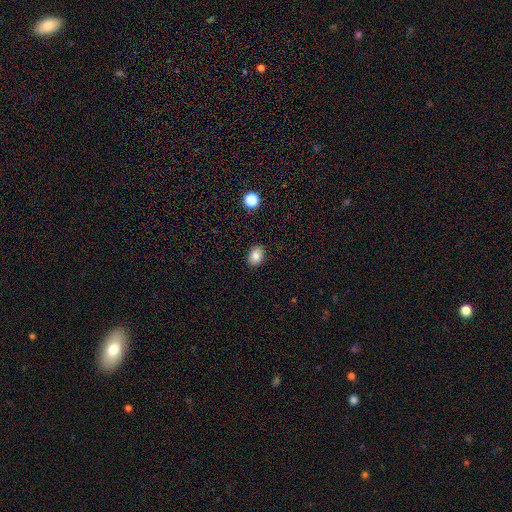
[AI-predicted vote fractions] Smooth or featured: smooth — 83% (star or artifact — 10%)
How rounded: in between — 65% (round — 34%)
Merging: none — 88% (minor disturbance — 9%)